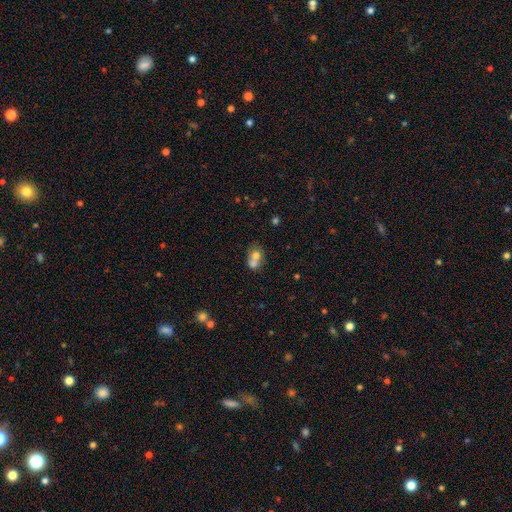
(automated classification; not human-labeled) Smooth or featured? Predicted: smooth (p=0.67). How rounded? Predicted: round (p=0.52). Merging? Predicted: merger (p=0.65).